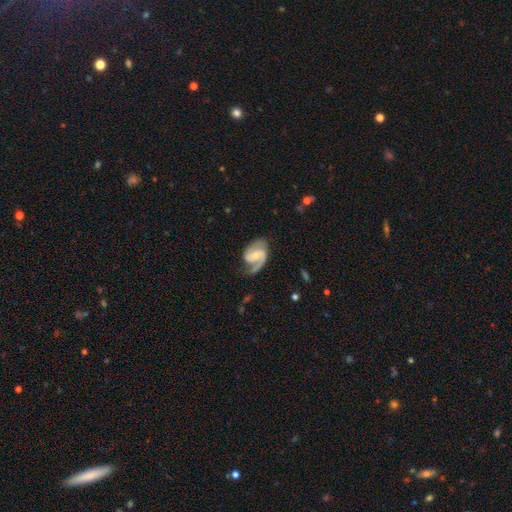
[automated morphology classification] type=featured or disk (88%); edge-on=no (98%); bar=weak (44%); spiral arms=yes (97%); winding=medium (54%); arm count=2 (82%); bulge=small (54%); merging=none (67%).